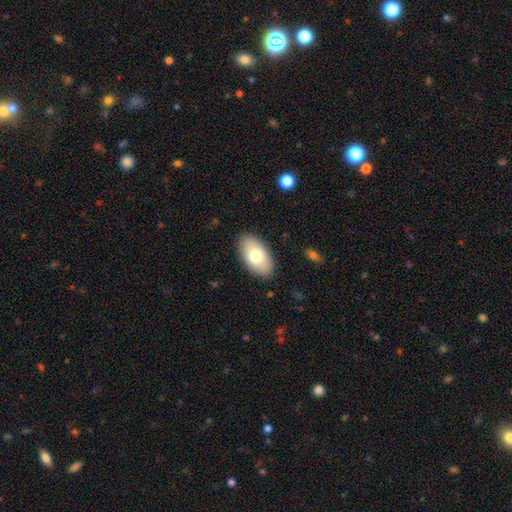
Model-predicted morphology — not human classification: Smooth or featured: smooth — 75% (featured or disk — 19%)
How rounded: in between — 95% (round — 3%)
Merging: none — 88% (minor disturbance — 9%)